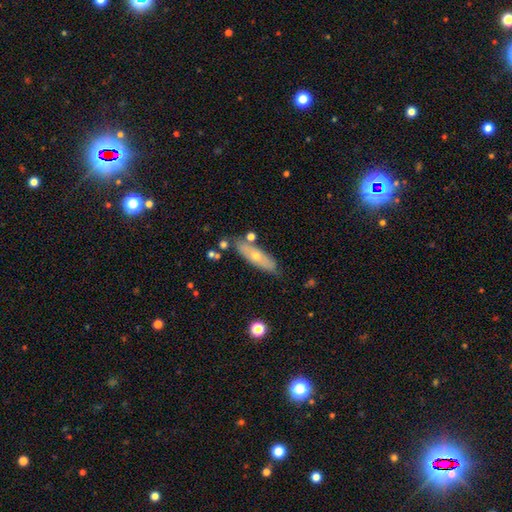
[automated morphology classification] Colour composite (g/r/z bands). It shows a smooth galaxy with no disk features (49%). Merging: none (76%).